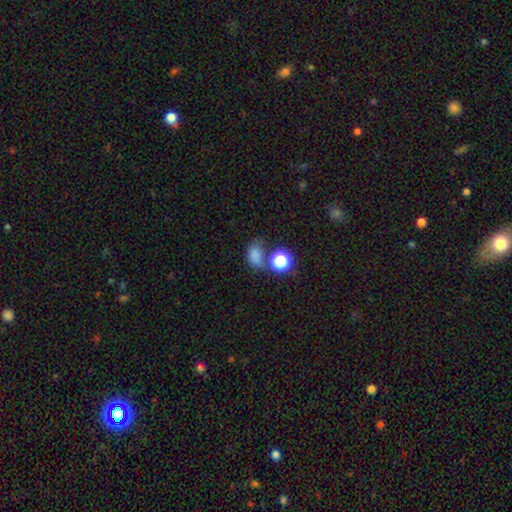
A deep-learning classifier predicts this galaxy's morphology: Smooth or featured: smooth — 73% (star or artifact — 19%)
How rounded: in between — 66% (round — 32%)
Merging: none — 46% (merger — 23%)